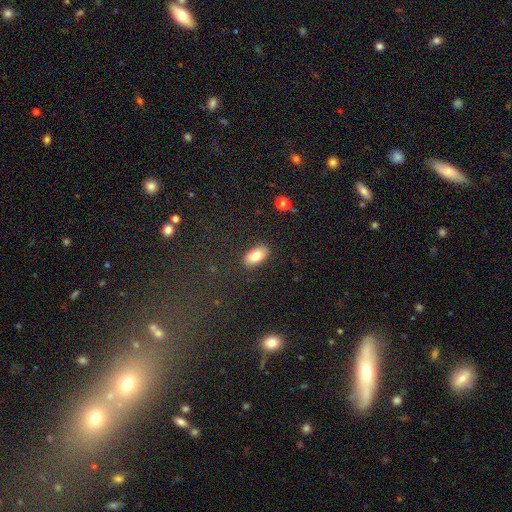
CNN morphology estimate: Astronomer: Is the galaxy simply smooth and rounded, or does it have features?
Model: smooth — 81%.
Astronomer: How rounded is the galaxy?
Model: in between — 93%.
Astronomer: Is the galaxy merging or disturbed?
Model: none — 87%.